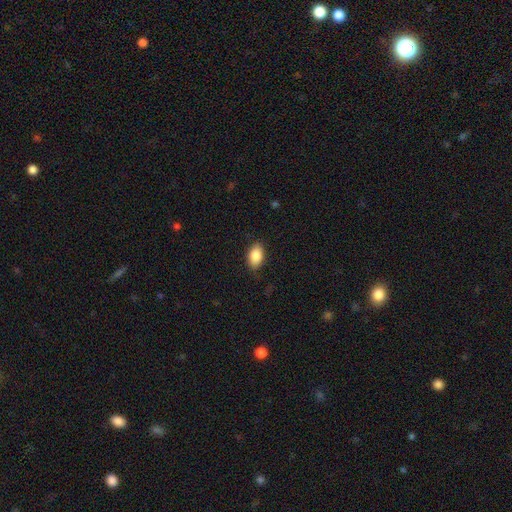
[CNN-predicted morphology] Q: Smooth or featured?
A: smooth (86%); runner-up: star or artifact (7%)
Q: How rounded?
A: in between (90%); runner-up: round (9%)
Q: Merging?
A: none (85%); runner-up: minor disturbance (11%)